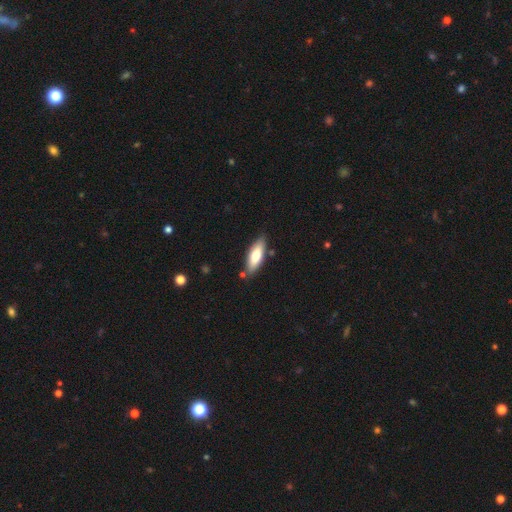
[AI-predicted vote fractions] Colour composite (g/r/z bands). It shows a smooth galaxy with no disk features (71%) that is in between round and cigar-shaped (58%). Merging: none (80%).